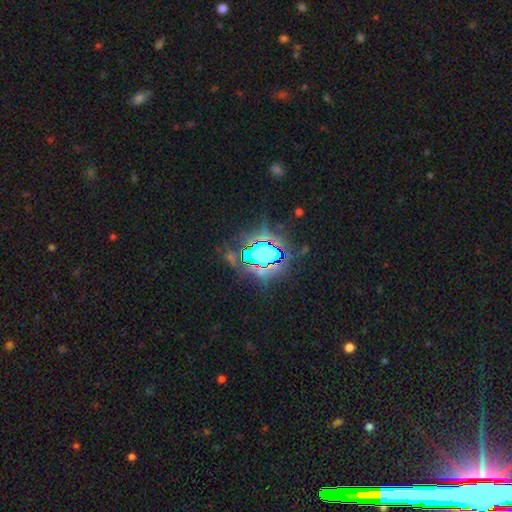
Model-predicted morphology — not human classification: A star or artifact, not a galaxy (81%).

Vote fractions:
- Smooth or featured? star or artifact: 81% / smooth: 11% / featured or disk: 8%